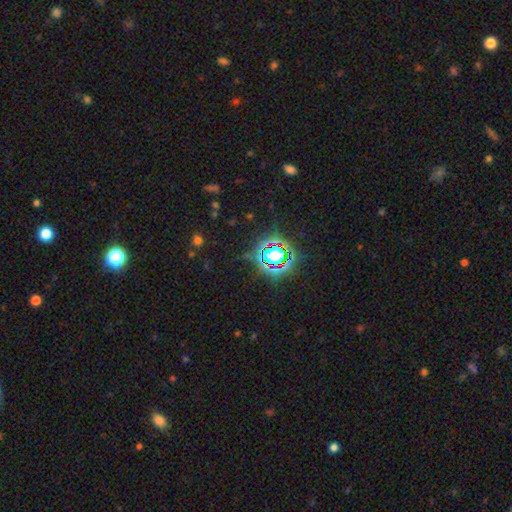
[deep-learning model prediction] The model was most divided on "smooth or featured": star or artifact: 77%, smooth: 14%, featured or disk: 8%.